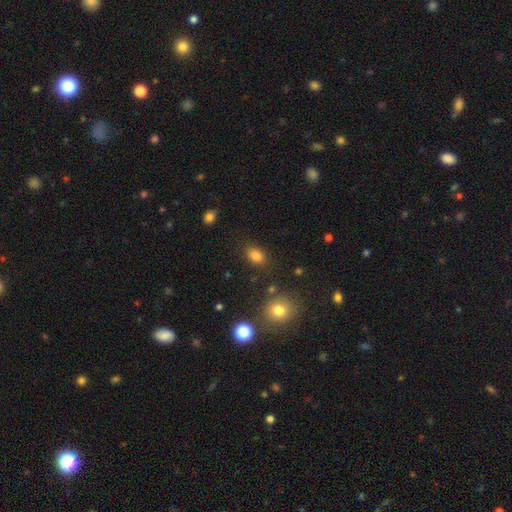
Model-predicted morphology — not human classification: This appears to be a smooth galaxy with no disk features (82%) that is in between round and cigar-shaped (76%). Merging: none (83%).